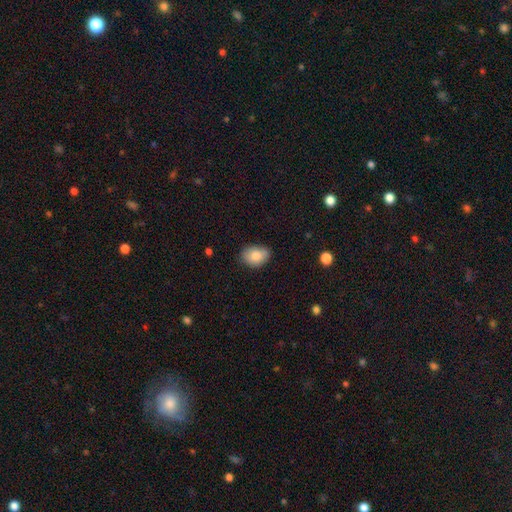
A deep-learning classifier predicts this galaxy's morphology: This is clearly a smooth galaxy (82%). How rounded: likely in between (76%). Merging: likely none (72%).